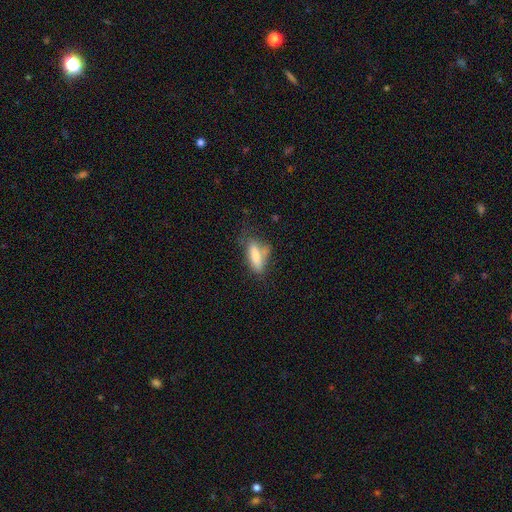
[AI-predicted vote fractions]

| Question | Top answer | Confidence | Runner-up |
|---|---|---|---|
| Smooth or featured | smooth | 75% | featured or disk (17%) |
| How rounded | in between | 59% | cigar-shaped (38%) |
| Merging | none | 48% | minor disturbance (27%) |